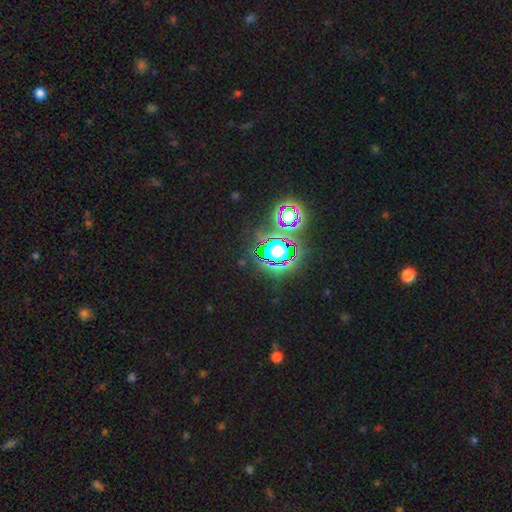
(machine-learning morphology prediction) A star or artifact, not a galaxy (80%).

Vote fractions:
- Smooth or featured? star or artifact: 80% / smooth: 12% / featured or disk: 7%